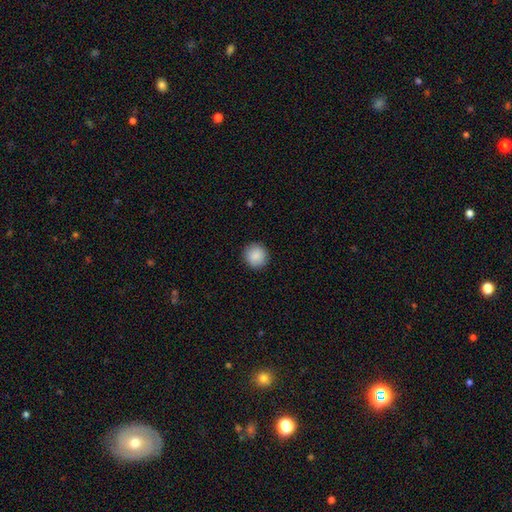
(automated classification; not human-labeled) This appears to be a smooth galaxy with no disk features (89%) that is round (94%). Merging: none (92%).